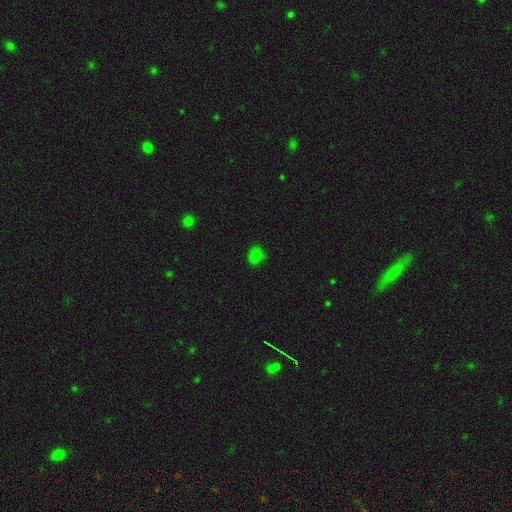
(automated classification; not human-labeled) Overall: smooth (72%). How rounded: round (67%; in between 31%). Merging: none (79%).